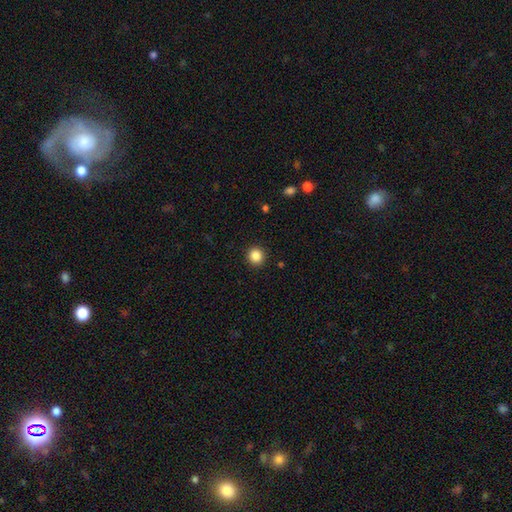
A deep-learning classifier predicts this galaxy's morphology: type=smooth (87%); roundness=round (92%); merging=none (92%).